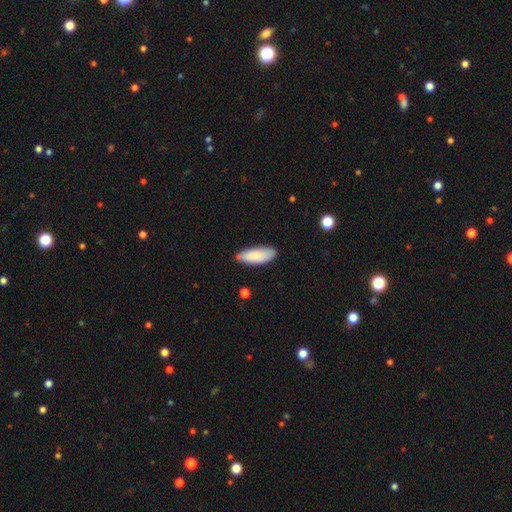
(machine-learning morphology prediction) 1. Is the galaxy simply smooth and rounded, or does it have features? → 83% smooth, 11% featured or disk, 6% star or artifact.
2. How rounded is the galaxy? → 74% in between, 25% cigar-shaped, 2% round.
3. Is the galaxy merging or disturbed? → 77% none, 18% minor disturbance, 3% major disturbance, 2% merger.